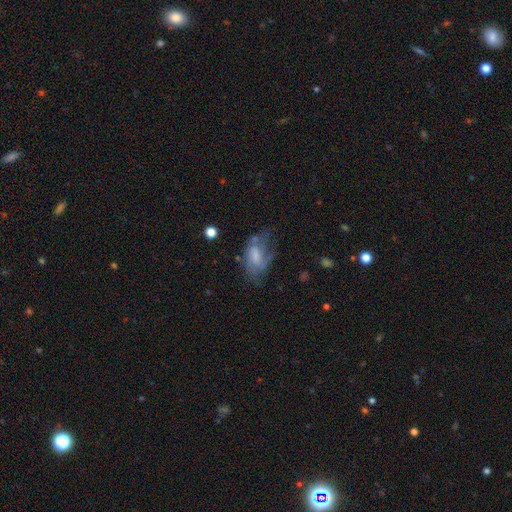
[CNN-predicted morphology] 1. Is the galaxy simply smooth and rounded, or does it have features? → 49% featured or disk, 41% smooth, 10% star or artifact.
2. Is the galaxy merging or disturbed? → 35% none, 33% major disturbance, 27% minor disturbance, 5% merger.